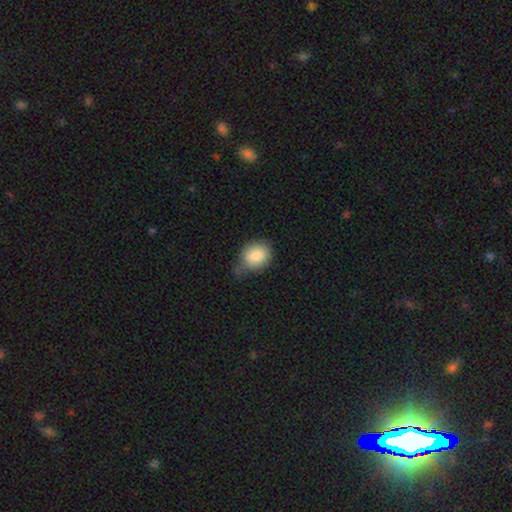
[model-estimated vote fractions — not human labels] A smooth galaxy with no disk features (85%) that is round (51%). Merging: minor disturbance (43%).